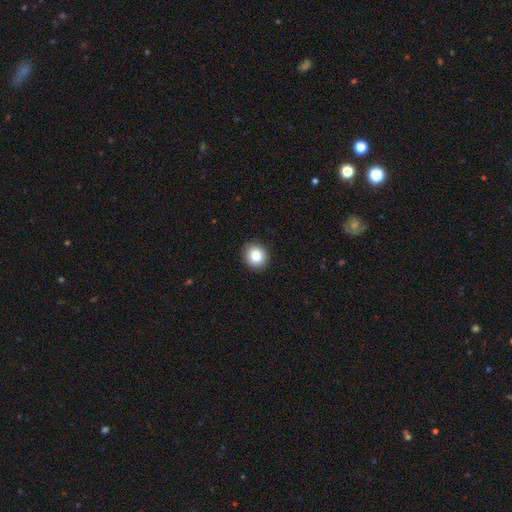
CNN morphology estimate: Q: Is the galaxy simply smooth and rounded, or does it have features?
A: smooth — 82%.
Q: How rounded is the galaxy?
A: round — 82%.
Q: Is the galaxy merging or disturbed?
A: none — 92%.